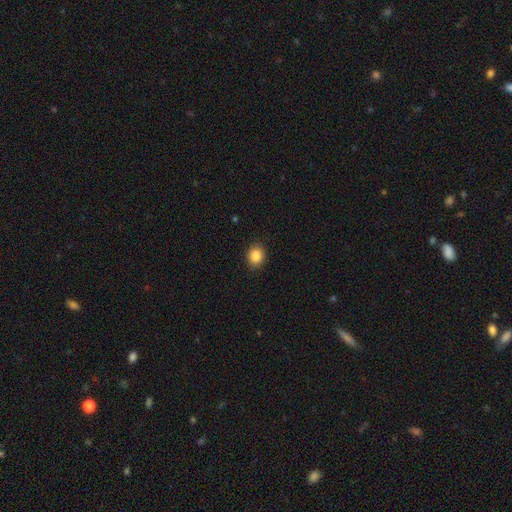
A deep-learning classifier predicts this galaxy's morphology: Overall: smooth (86%). How rounded: round (60%; in between 39%). Merging: none (90%).